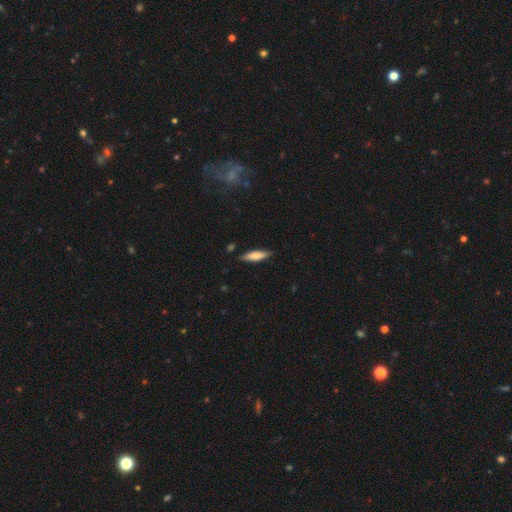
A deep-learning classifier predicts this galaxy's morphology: A smooth galaxy with no disk features (70%) that is cigar-shaped (62%).

Vote fractions:
- Smooth or featured? smooth: 70% / featured or disk: 23% / star or artifact: 6%
- How rounded? cigar-shaped: 62% / in between: 37% / round: 2%
- Merging? none: 83% / minor disturbance: 13% / major disturbance: 2% / merger: 2%